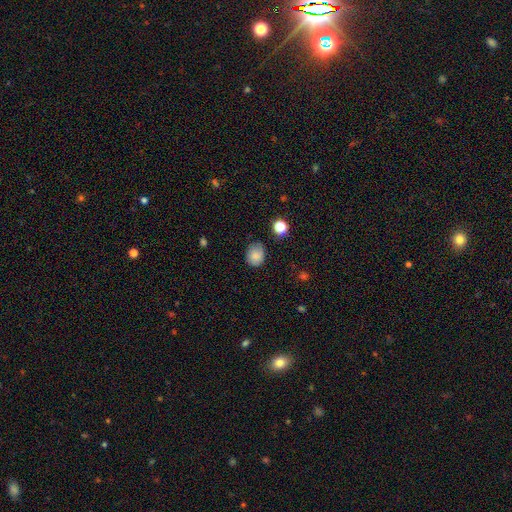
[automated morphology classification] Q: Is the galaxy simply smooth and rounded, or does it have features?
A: smooth — 84%.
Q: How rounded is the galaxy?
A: round — 58%.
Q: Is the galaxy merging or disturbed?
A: none — 72%.